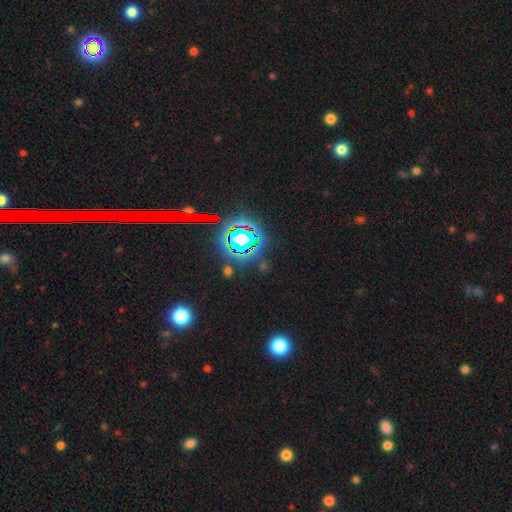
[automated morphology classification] This is clearly a star or artifact rather than a galaxy (81%).